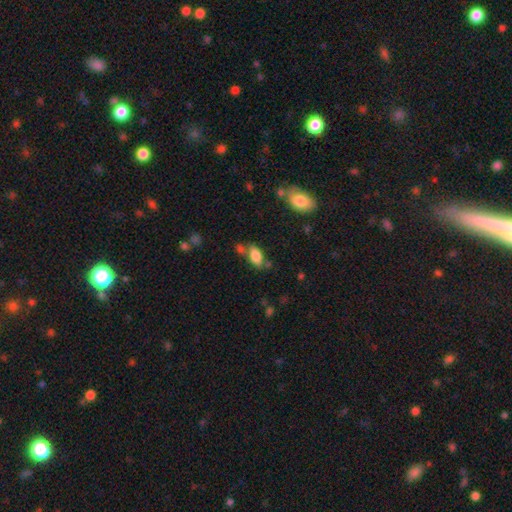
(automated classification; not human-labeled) This appears to be a smooth galaxy with no disk features (81%) that is in between round and cigar-shaped (89%). Merging: none (59%).